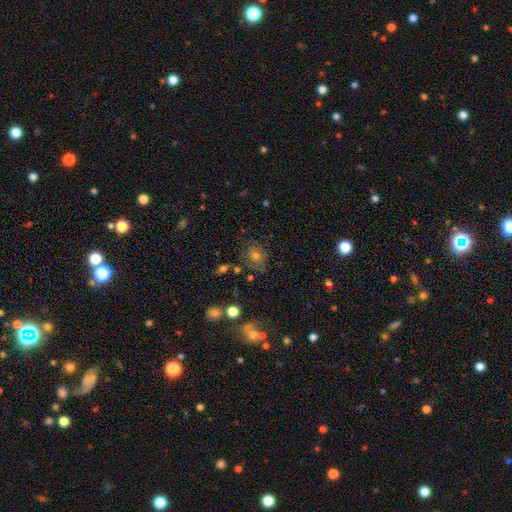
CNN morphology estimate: A smooth galaxy with no disk features (59%) that is round (74%).

Vote fractions:
- Smooth or featured? smooth: 59% / star or artifact: 26% / featured or disk: 15%
- How rounded? round: 74% / in between: 25% / cigar-shaped: 1%
- Merging? none: 76% / minor disturbance: 14% / major disturbance: 6% / merger: 4%